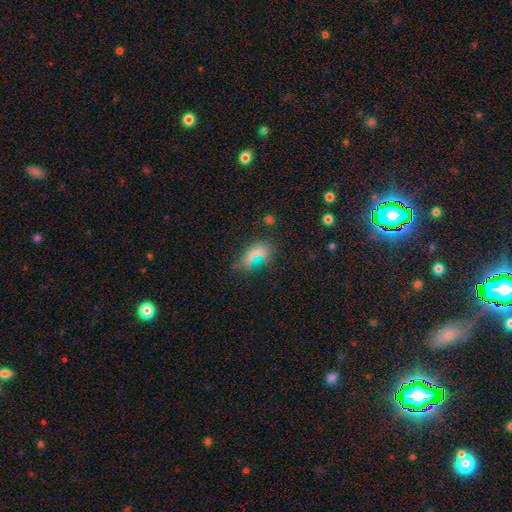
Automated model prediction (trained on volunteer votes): A smooth galaxy with no disk features (60%) that is in between round and cigar-shaped (78%).

Vote fractions:
- Smooth or featured? smooth: 60% / star or artifact: 26% / featured or disk: 14%
- How rounded? in between: 78% / round: 13% / cigar-shaped: 9%
- Merging? none: 64% / minor disturbance: 19% / major disturbance: 11% / merger: 6%